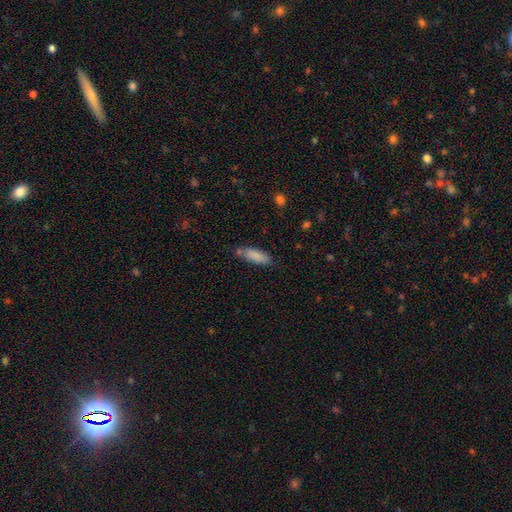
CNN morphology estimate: Smooth or featured?
  - smooth: 86% *
  - featured or disk: 7%
  - star or artifact: 7%
How rounded?
  - in between: 62% *
  - cigar-shaped: 36%
  - round: 2%
Merging?
  - none: 69% *
  - minor disturbance: 18%
  - merger: 8%
  - major disturbance: 4%